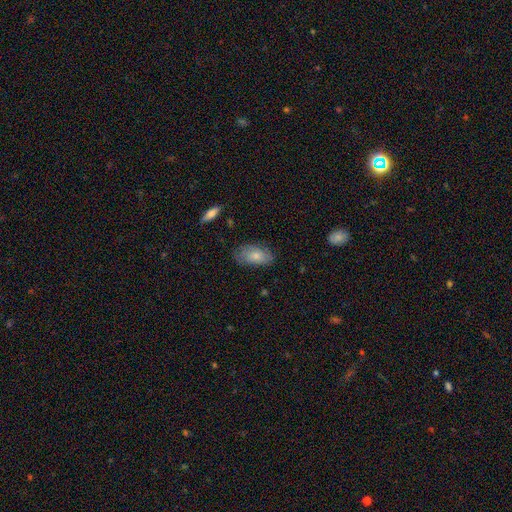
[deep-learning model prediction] Smooth or featured? smooth (72%)
How rounded? in between (92%)
Merging? none (72%)